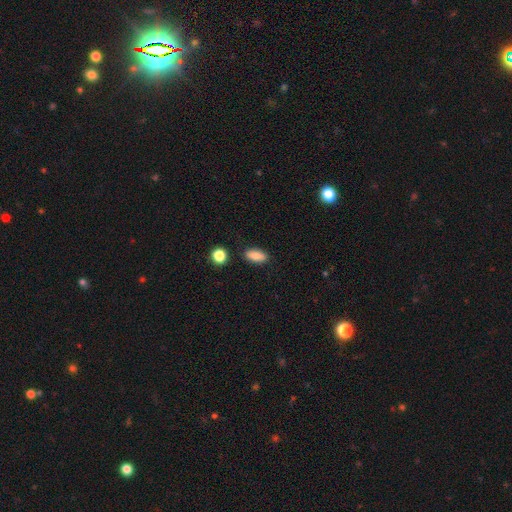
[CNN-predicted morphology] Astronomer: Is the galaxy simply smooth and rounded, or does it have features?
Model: smooth — 87%.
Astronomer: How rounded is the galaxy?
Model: in between — 84%.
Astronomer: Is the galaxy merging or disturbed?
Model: none — 86%.